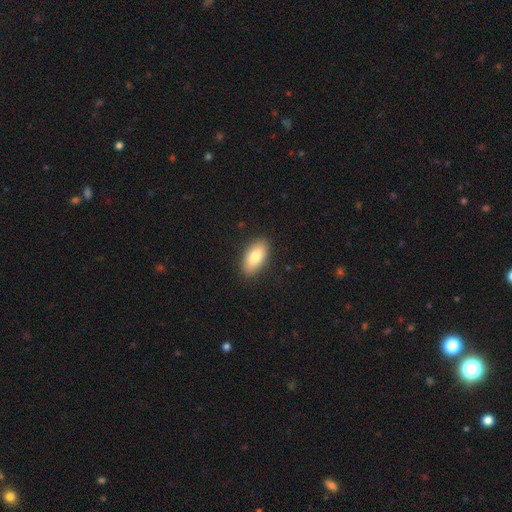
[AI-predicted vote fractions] Smooth or featured: smooth — 83% (featured or disk — 11%)
How rounded: in between — 92% (cigar-shaped — 5%)
Merging: none — 89% (minor disturbance — 8%)